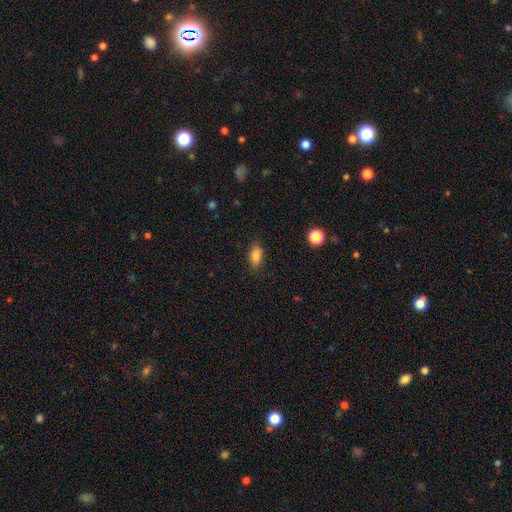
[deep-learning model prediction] Smooth or featured? smooth (85%)
How rounded? in between (88%)
Merging? none (86%)